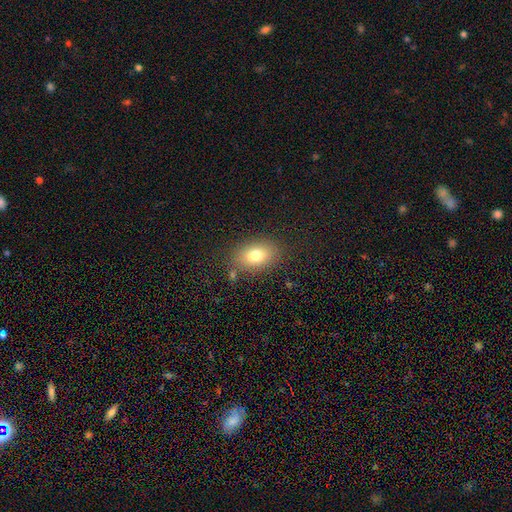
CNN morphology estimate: Q: Smooth or featured?
A: smooth (77%); runner-up: featured or disk (13%)
Q: How rounded?
A: in between (81%); runner-up: round (18%)
Q: Merging?
A: none (81%); runner-up: minor disturbance (12%)